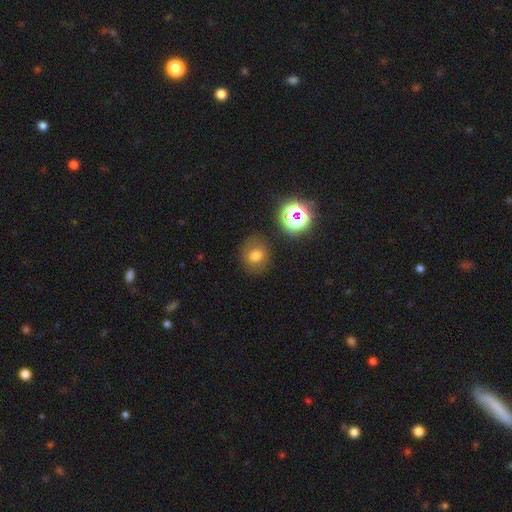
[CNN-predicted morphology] A smooth galaxy with no disk features (70%) that is round (80%).

Vote fractions:
- Smooth or featured? smooth: 70% / star or artifact: 18% / featured or disk: 12%
- How rounded? round: 80% / in between: 20% / cigar-shaped: 1%
- Merging? none: 82% / minor disturbance: 11% / major disturbance: 4% / merger: 3%